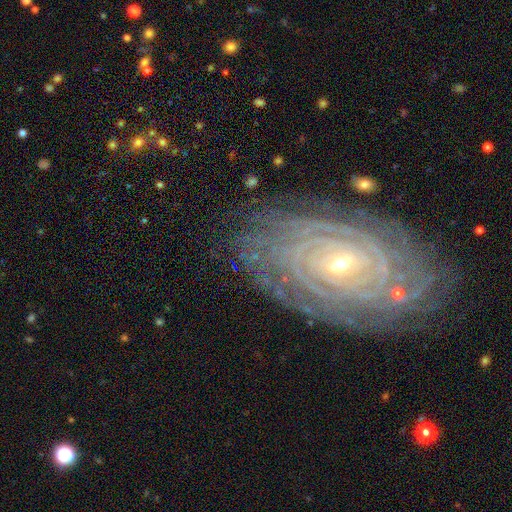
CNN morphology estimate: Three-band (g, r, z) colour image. It shows a featured or disk galaxy (88%) with no bar (50%), tight (89%) spiral arms (97%) and a small central bulge (61%). Merging: none (78%).